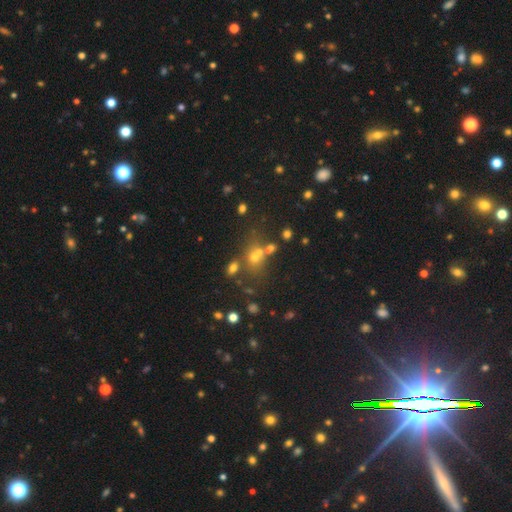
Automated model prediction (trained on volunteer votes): The model was most divided on "smooth or featured": smooth: 47%, star or artifact: 36%, featured or disk: 17%. Remaining: merging — none (49%).